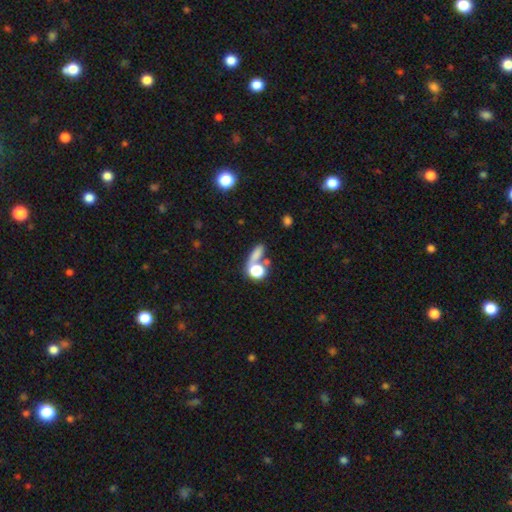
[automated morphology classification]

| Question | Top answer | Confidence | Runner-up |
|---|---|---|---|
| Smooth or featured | smooth | 71% | star or artifact (16%) |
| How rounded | in between | 43% | round (35%) |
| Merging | none | 44% | merger (36%) |